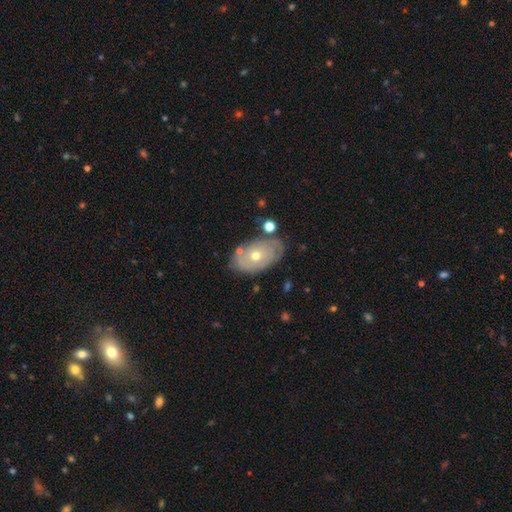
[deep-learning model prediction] This appears to be a featured or disk galaxy (62%) with no bar (89%), spiral arms (54%) and a moderate central bulge (60%). Merging: none (70%).